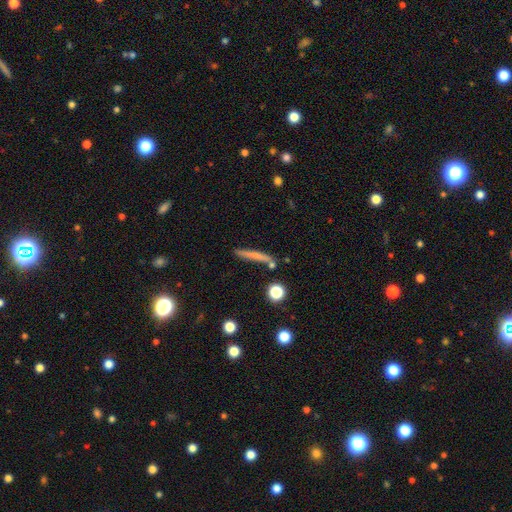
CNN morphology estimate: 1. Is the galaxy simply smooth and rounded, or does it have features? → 67% smooth, 25% featured or disk, 9% star or artifact.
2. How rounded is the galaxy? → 92% cigar-shaped, 5% in between, 3% round.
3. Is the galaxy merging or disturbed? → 78% none, 12% minor disturbance, 7% merger, 3% major disturbance.